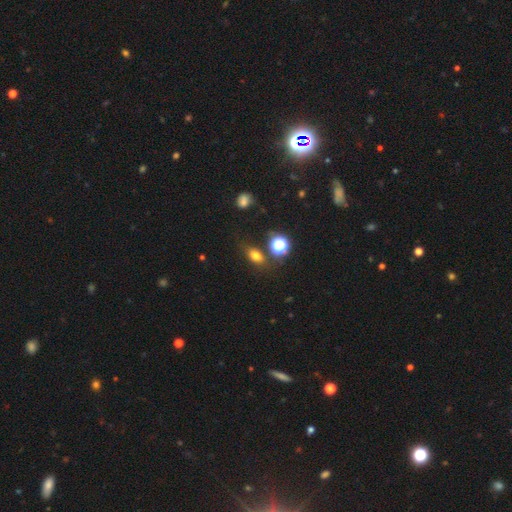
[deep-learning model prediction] smooth_or_featured: smooth (p=0.72) [alt: star or artifact p=0.19]
how_rounded: in between (p=0.71) [alt: round p=0.25]
merging: none (p=0.73) [alt: minor disturbance p=0.14]